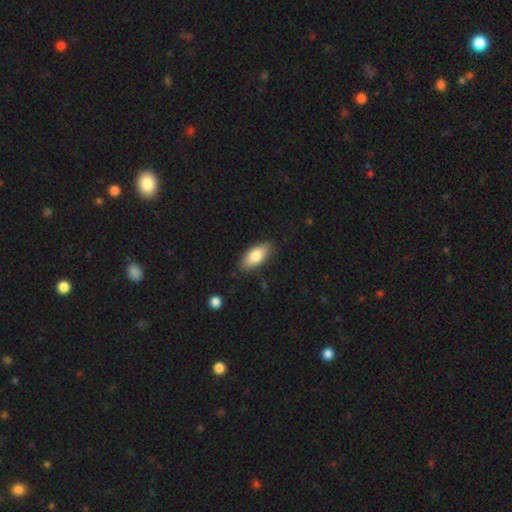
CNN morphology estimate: This appears to be a smooth galaxy with no disk features (80%) that is in between round and cigar-shaped (86%). Merging: none (84%).